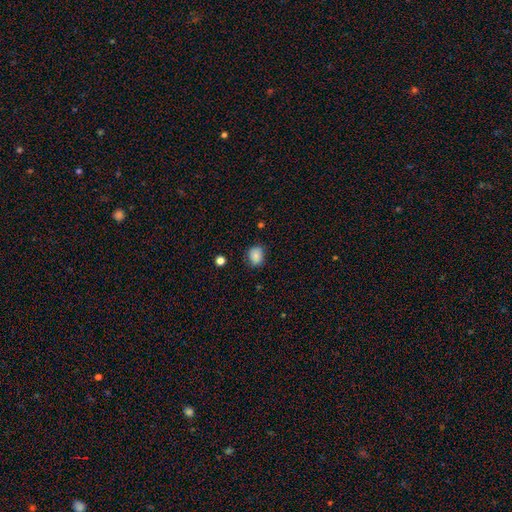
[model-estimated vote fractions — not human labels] Q: Smooth or featured?
A: smooth (85%); runner-up: star or artifact (9%)
Q: How rounded?
A: round (52%); runner-up: in between (47%)
Q: Merging?
A: none (76%); runner-up: minor disturbance (19%)